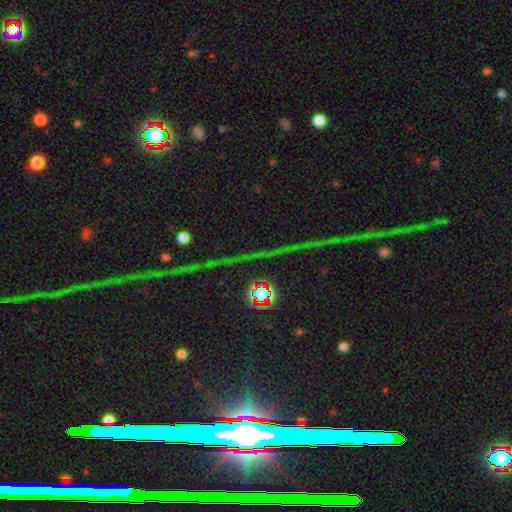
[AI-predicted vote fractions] Smooth or featured: star or artifact — 81% (featured or disk — 11%)